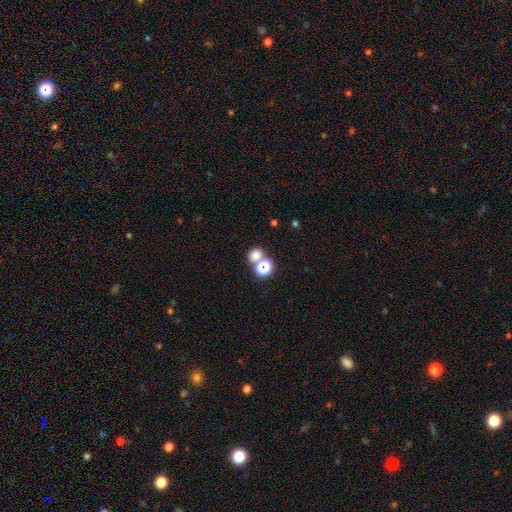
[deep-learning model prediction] Smooth or featured: smooth — 67% (star or artifact — 25%)
How rounded: round — 71% (in between — 28%)
Merging: none — 56% (merger — 33%)